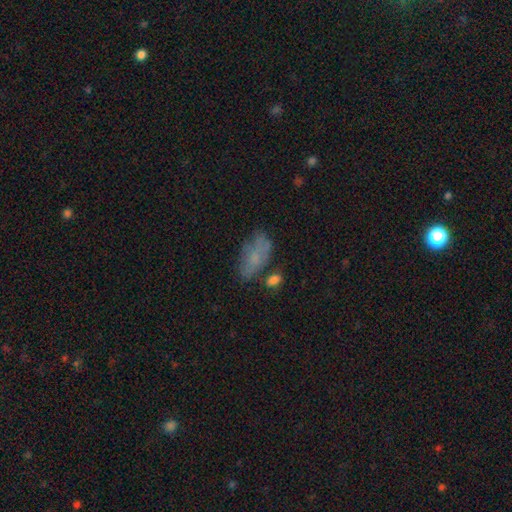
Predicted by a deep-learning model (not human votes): Smooth or featured?
  - smooth: 63% *
  - featured or disk: 26%
  - star or artifact: 11%
How rounded?
  - in between: 89% *
  - cigar-shaped: 7%
  - round: 4%
Merging?
  - none: 50% *
  - minor disturbance: 26%
  - major disturbance: 13%
  - merger: 10%